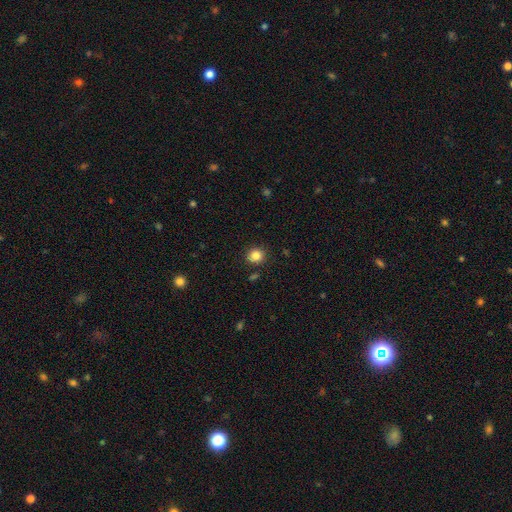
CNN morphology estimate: type=smooth (84%); roundness=round (86%); merging=none (88%).